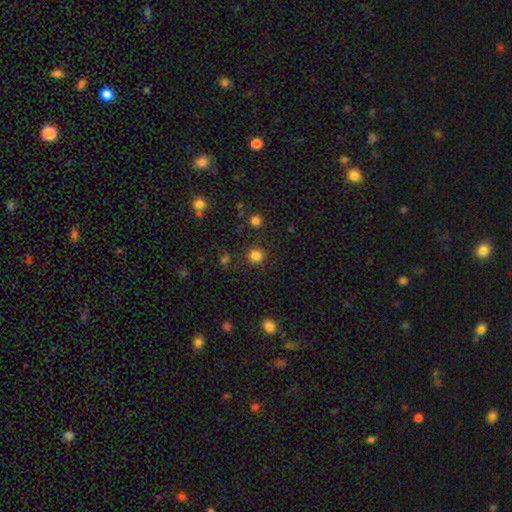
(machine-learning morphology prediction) Smooth or featured: smooth — 83% (star or artifact — 14%)
How rounded: round — 92% (in between — 7%)
Merging: none — 87% (minor disturbance — 7%)